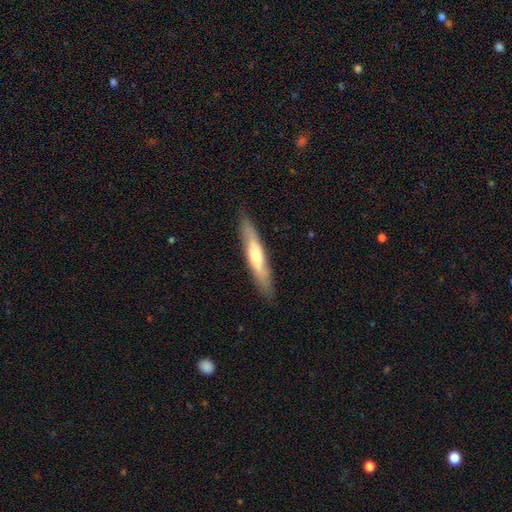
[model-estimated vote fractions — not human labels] smooth 50%, featured or disk 45%, star or artifact 5%. Down the decision tree: merging — none (86%).